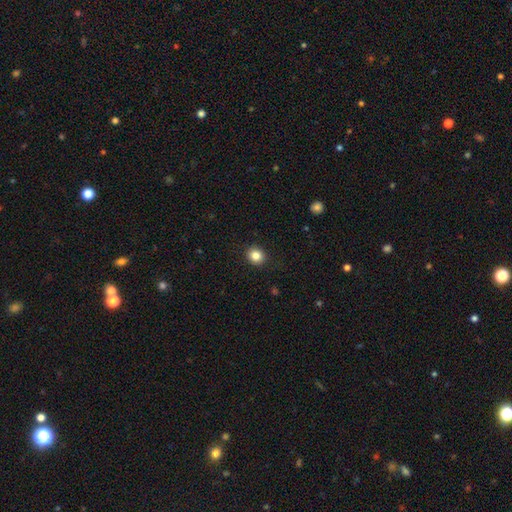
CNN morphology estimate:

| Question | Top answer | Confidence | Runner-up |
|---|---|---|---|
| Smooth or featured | smooth | 85% | star or artifact (10%) |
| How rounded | round | 80% | in between (19%) |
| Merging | none | 91% | minor disturbance (7%) |